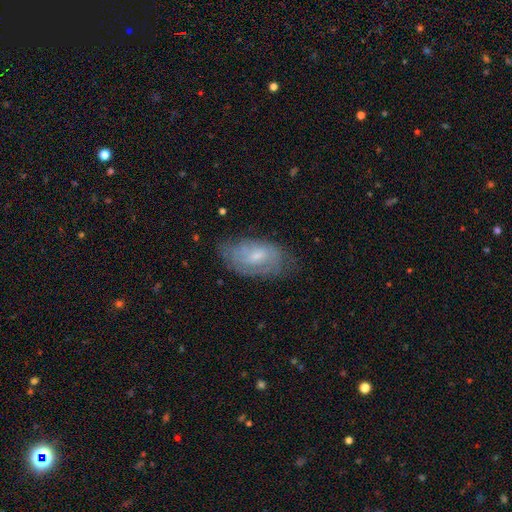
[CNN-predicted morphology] This is possibly a featured or disk galaxy (60%). It is clearly not viewed edge-on (94%). Bar: possibly no (48%). Spiral arm pattern: likely yes (78%). Central bulge: likely small (63%). Merging: likely none (62%).